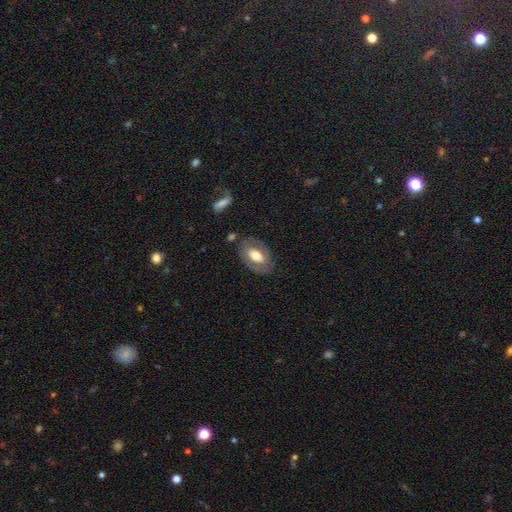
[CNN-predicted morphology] Overall: smooth (53%; featured or disk 40%). How rounded: in between (89%). Merging: none (77%).